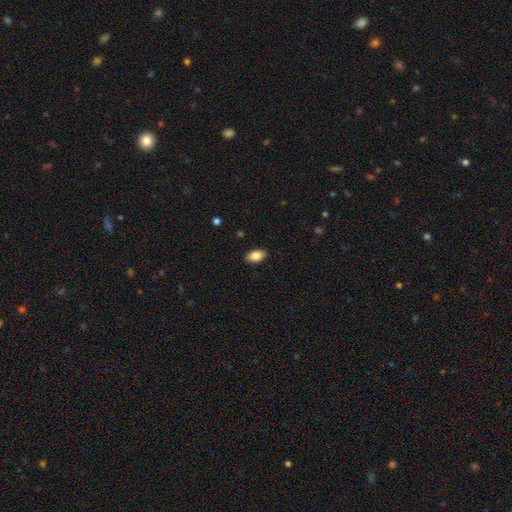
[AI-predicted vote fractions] Smooth or featured? Predicted: smooth (p=0.84). How rounded? Predicted: in between (p=0.92). Merging? Predicted: none (p=0.89).